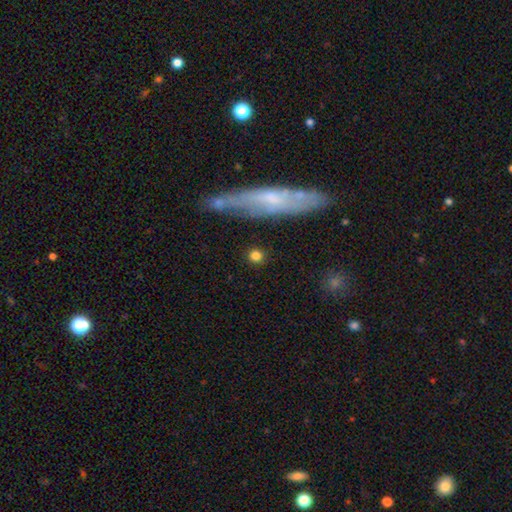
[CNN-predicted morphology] smooth_or_featured: smooth (p=0.81) [alt: star or artifact p=0.11]
how_rounded: round (p=0.88) [alt: in between p=0.09]
merging: none (p=0.86) [alt: minor disturbance p=0.07]